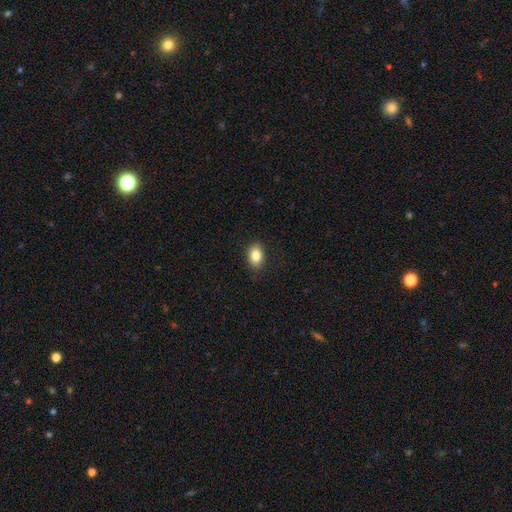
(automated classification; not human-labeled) This appears to be a smooth galaxy with no disk features (85%) that is in between round and cigar-shaped (79%). Merging: none (87%).